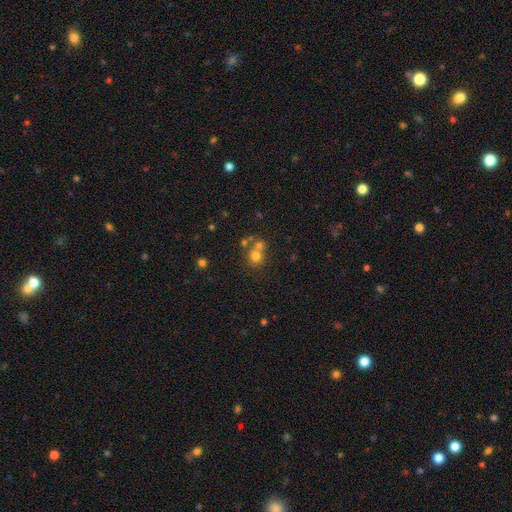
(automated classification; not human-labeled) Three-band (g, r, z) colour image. It shows a smooth galaxy with no disk features (69%) that is round (82%). Merging: none (46%).